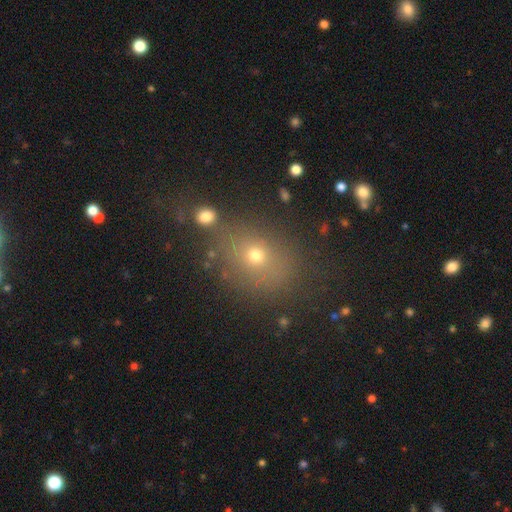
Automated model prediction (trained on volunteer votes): Smooth or featured? Predicted: smooth (p=0.64). How rounded? Predicted: round (p=0.53). Merging? Predicted: none (p=0.73).